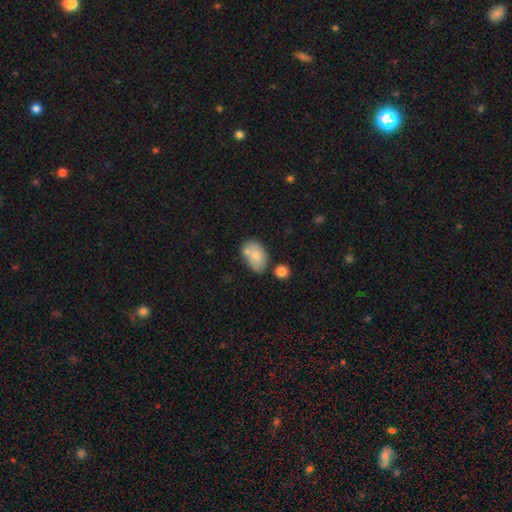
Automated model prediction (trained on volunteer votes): smooth-or-featured: smooth: 77% | featured or disk: 15% | star or artifact: 7%
  how-rounded: in between: 88% | round: 11% | cigar-shaped: 1%
  merging: none: 54% | minor disturbance: 22% | merger: 18% | major disturbance: 6%